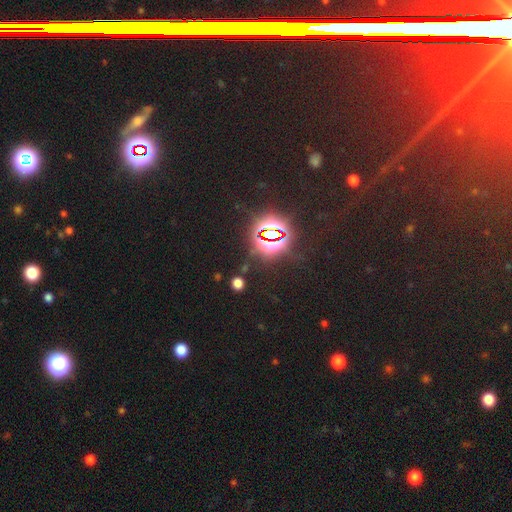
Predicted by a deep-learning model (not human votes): A star or artifact, not a galaxy (78%).